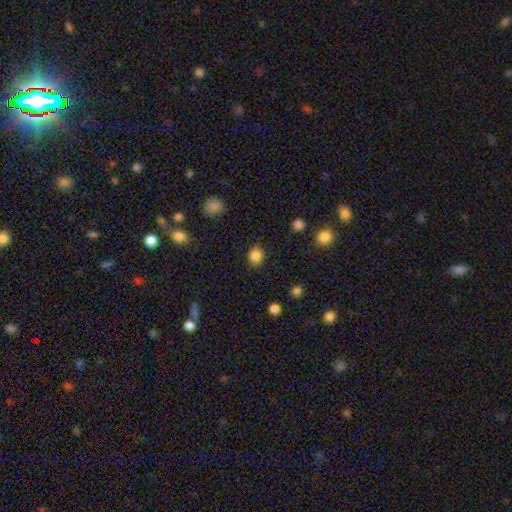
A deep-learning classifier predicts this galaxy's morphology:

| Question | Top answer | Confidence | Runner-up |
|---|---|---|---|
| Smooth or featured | smooth | 83% | star or artifact (13%) |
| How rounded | round | 80% | in between (19%) |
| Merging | none | 81% | minor disturbance (14%) |